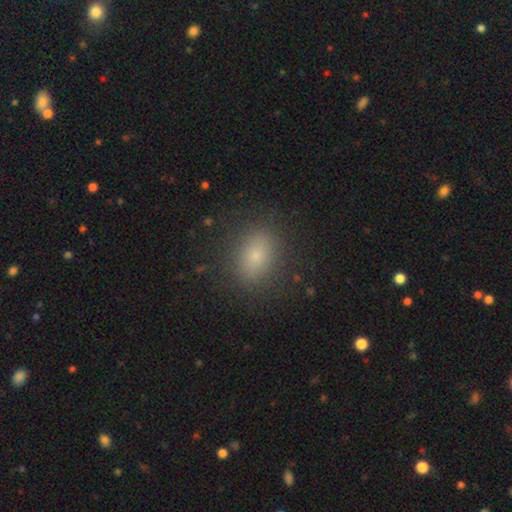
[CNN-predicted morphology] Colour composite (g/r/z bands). It shows a smooth galaxy with no disk features (77%) that is in between round and cigar-shaped (71%). Merging: none (85%).